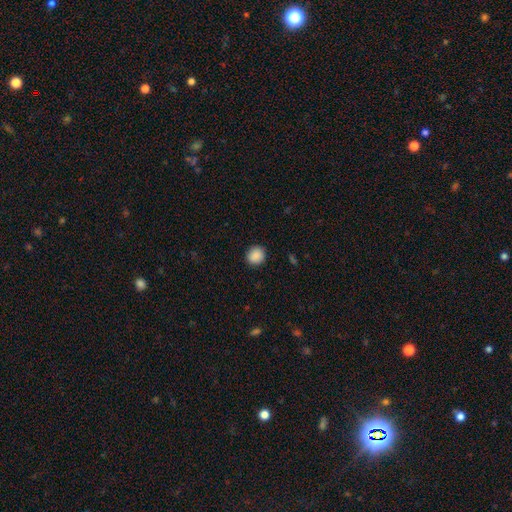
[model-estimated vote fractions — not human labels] Smooth or featured? Predicted: smooth (p=0.89). How rounded? Predicted: round (p=0.87). Merging? Predicted: none (p=0.90).